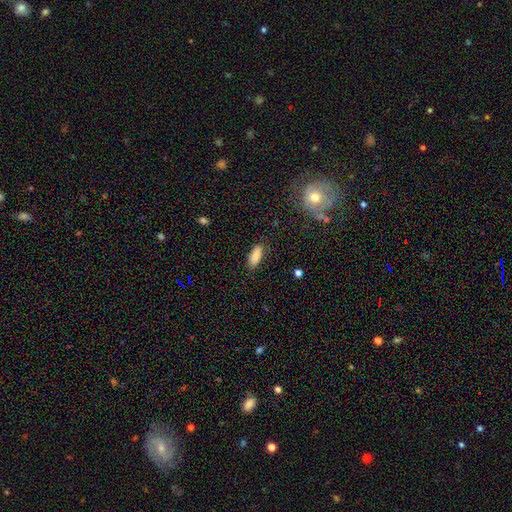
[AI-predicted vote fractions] smooth_or_featured: smooth (p=0.86) [alt: star or artifact p=0.08]
how_rounded: in between (p=0.78) [alt: cigar-shaped p=0.20]
merging: none (p=0.81) [alt: minor disturbance p=0.14]